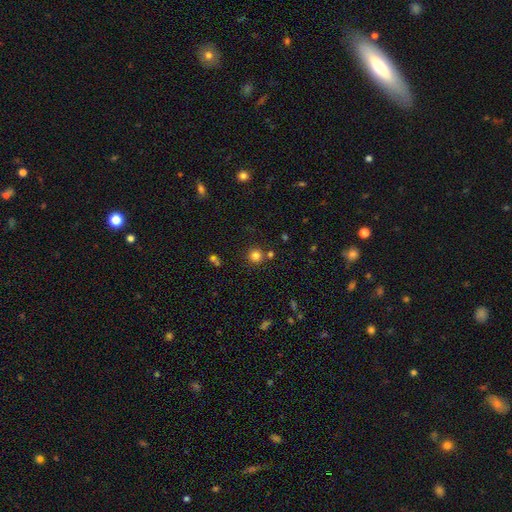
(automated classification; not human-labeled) Smooth or featured?
  - smooth: 79% *
  - star or artifact: 15%
  - featured or disk: 6%
How rounded?
  - round: 94% *
  - in between: 5%
  - cigar-shaped: 1%
Merging?
  - none: 80% *
  - merger: 10%
  - minor disturbance: 7%
  - major disturbance: 3%